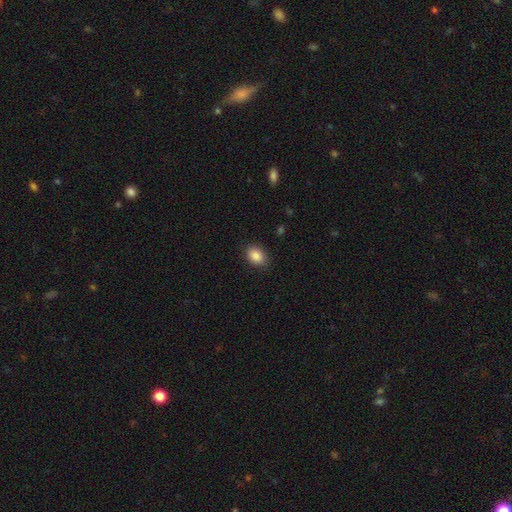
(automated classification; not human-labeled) Smooth or featured? smooth (88%)
How rounded? in between (75%)
Merging? none (87%)